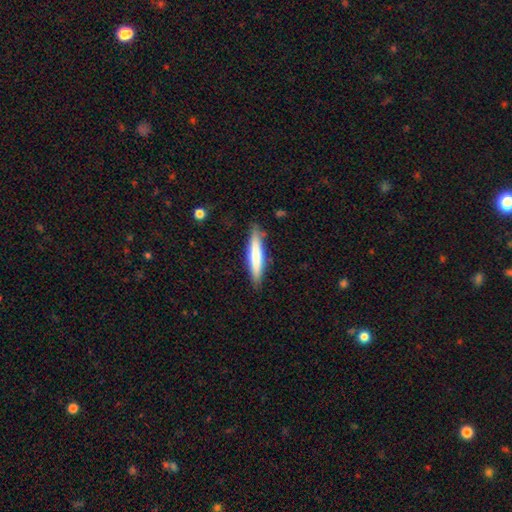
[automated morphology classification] A smooth galaxy with no disk features (68%) that is cigar-shaped (88%).

Vote fractions:
- Smooth or featured? smooth: 68% / featured or disk: 27% / star or artifact: 5%
- How rounded? cigar-shaped: 88% / in between: 11% / round: 1%
- Merging? none: 84% / minor disturbance: 12% / major disturbance: 2% / merger: 1%